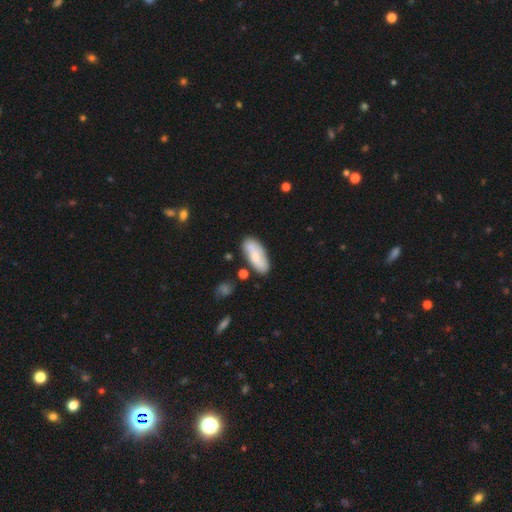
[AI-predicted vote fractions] Smooth or featured? smooth (69%)
How rounded? in between (79%)
Merging? none (67%)